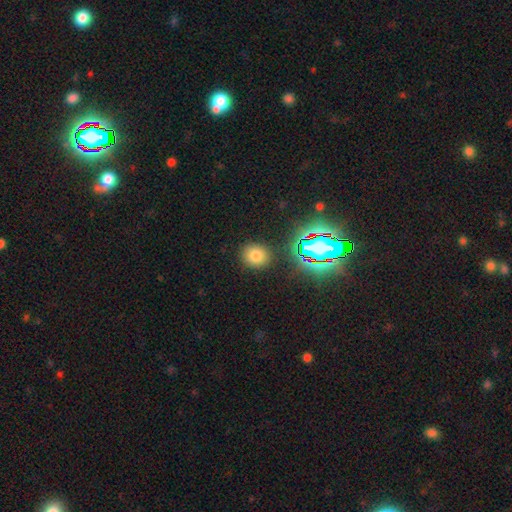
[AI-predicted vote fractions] A smooth galaxy with no disk features (72%) that is round (77%).

Vote fractions:
- Smooth or featured? smooth: 72% / star or artifact: 20% / featured or disk: 8%
- How rounded? round: 77% / in between: 22% / cigar-shaped: 1%
- Merging? none: 87% / minor disturbance: 8% / major disturbance: 3% / merger: 2%